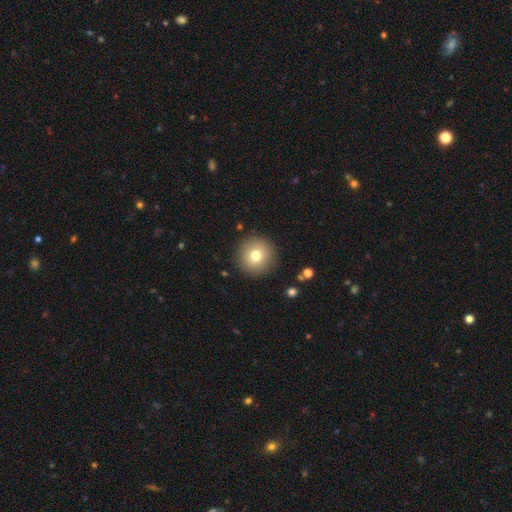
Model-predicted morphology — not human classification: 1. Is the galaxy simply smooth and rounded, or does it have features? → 76% smooth, 13% featured or disk, 11% star or artifact.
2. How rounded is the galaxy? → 96% round, 3% in between, 1% cigar-shaped.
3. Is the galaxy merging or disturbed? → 90% none, 6% minor disturbance, 2% major disturbance, 1% merger.